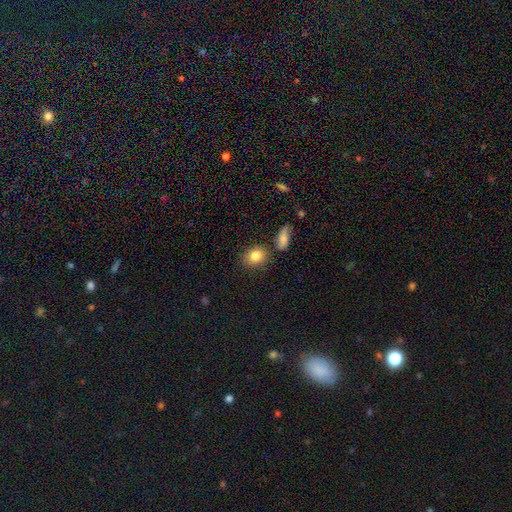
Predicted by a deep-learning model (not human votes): This is clearly a smooth galaxy (83%). How rounded: possibly round (51%). Merging: likely none (77%).